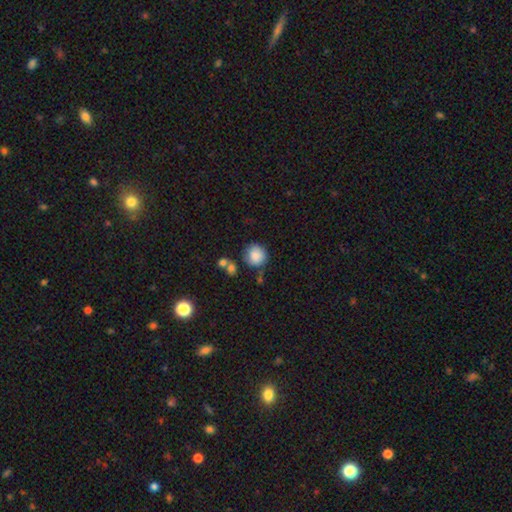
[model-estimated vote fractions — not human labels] smooth_or_featured: smooth (p=0.85) [alt: star or artifact p=0.08]
how_rounded: round (p=0.88) [alt: in between p=0.11]
merging: none (p=0.71) [alt: minor disturbance p=0.16]